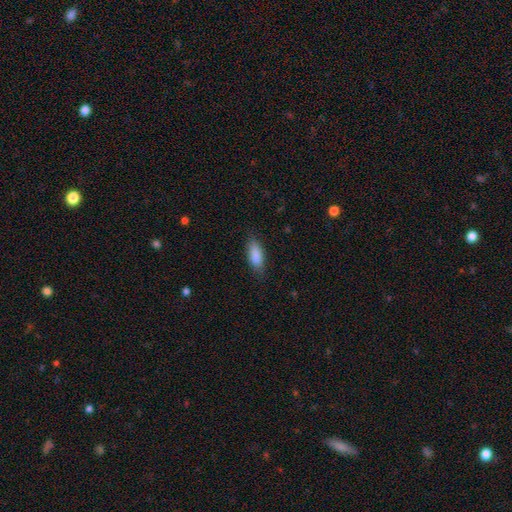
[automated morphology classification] The model was most divided on "how rounded": in between: 72%, cigar-shaped: 26%, round: 2%. More confident: smooth or featured — smooth (85%); merging — none (77%).